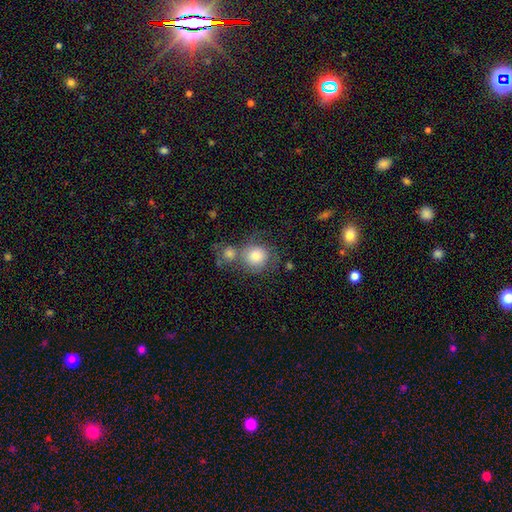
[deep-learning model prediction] Smooth or featured? smooth (72%)
How rounded? round (87%)
Merging? none (40%)